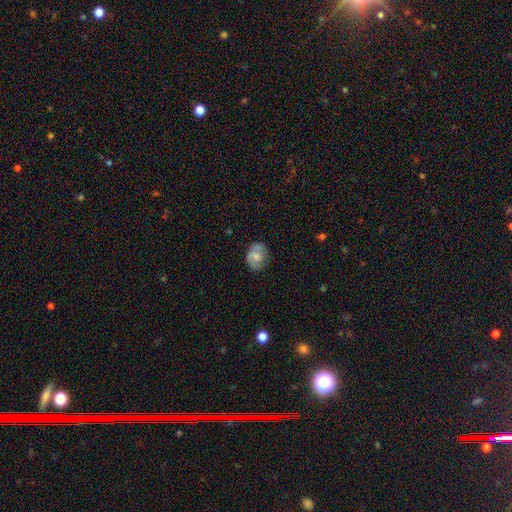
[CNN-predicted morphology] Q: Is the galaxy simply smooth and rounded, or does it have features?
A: featured or disk — 46%, tied with smooth.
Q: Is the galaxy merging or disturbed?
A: none — 69%.